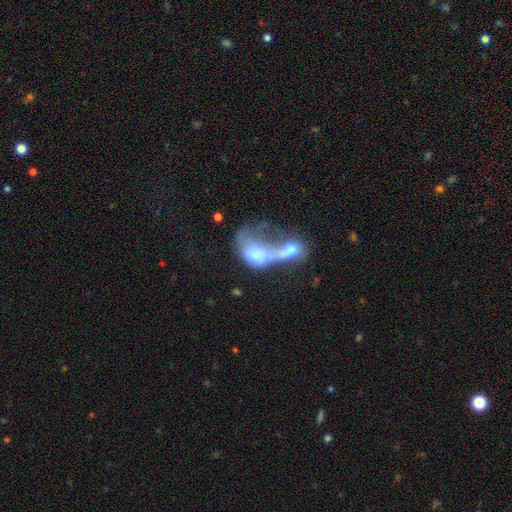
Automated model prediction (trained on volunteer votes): Smooth or featured? Predicted: smooth (p=0.49). Merging? Predicted: merger (p=0.70).